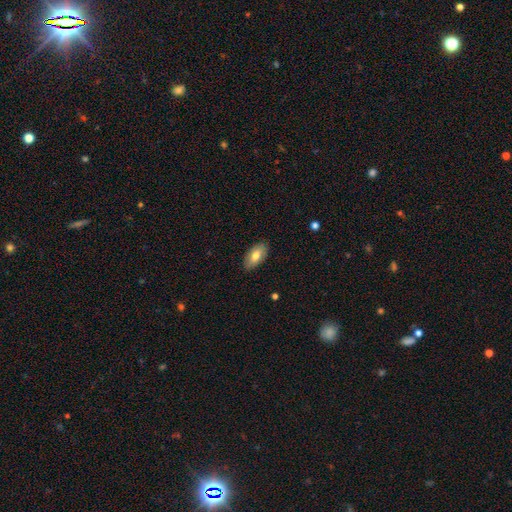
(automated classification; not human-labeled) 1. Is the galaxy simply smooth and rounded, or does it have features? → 75% smooth, 19% featured or disk, 6% star or artifact.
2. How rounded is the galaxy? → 93% in between, 4% cigar-shaped, 3% round.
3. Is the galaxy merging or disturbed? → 87% none, 10% minor disturbance, 2% major disturbance, 1% merger.